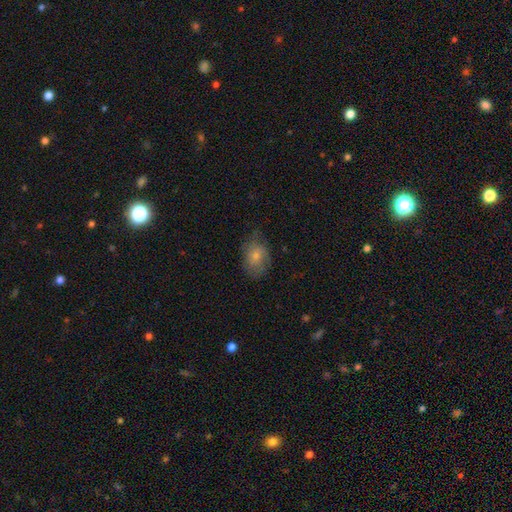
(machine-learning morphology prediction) Q: Smooth or featured?
A: smooth (58%); runner-up: featured or disk (30%)
Q: How rounded?
A: in between (69%); runner-up: round (30%)
Q: Merging?
A: none (64%); runner-up: minor disturbance (25%)